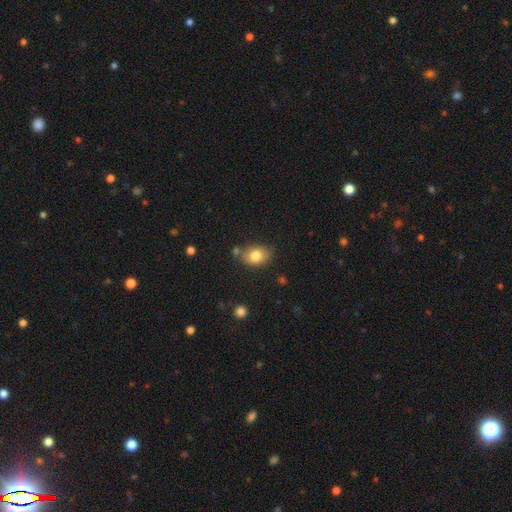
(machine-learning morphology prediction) Smooth or featured? Predicted: smooth (p=0.81). How rounded? Predicted: in between (p=0.70). Merging? Predicted: none (p=0.70).